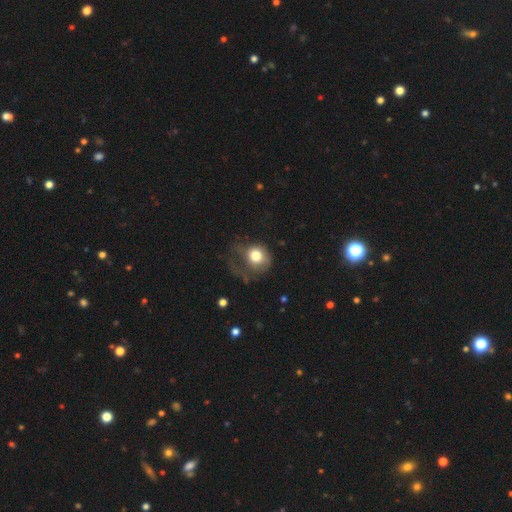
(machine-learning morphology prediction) smooth-or-featured: smooth: 73% | featured or disk: 18% | star or artifact: 10%
  how-rounded: round: 76% | in between: 23% | cigar-shaped: 1%
  merging: major disturbance: 45% | none: 27% | minor disturbance: 24% | merger: 3%